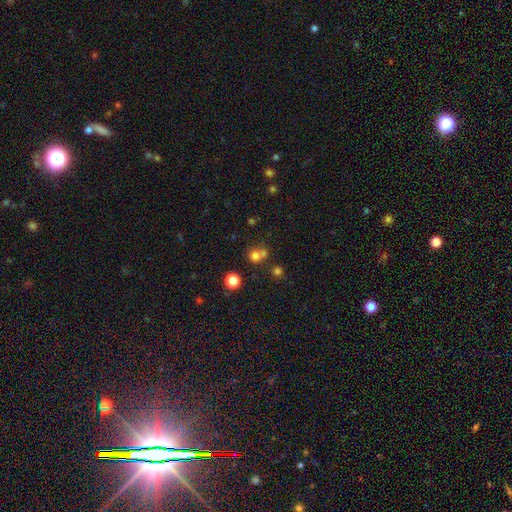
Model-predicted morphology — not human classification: Smooth or featured? smooth (70%)
How rounded? round (86%)
Merging? none (51%)